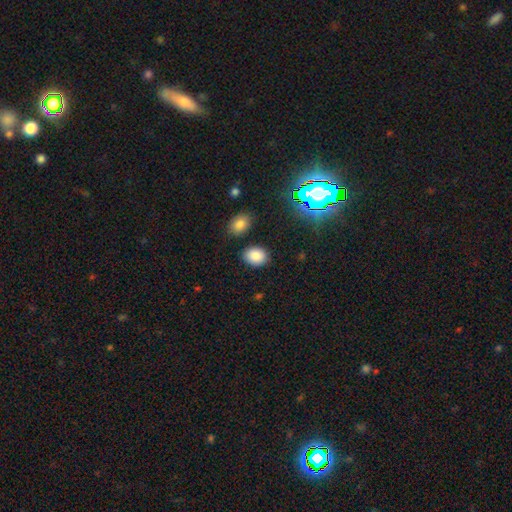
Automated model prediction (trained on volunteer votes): Morphology: type=smooth (85%); roundness=in between (67%); merging=none (83%).